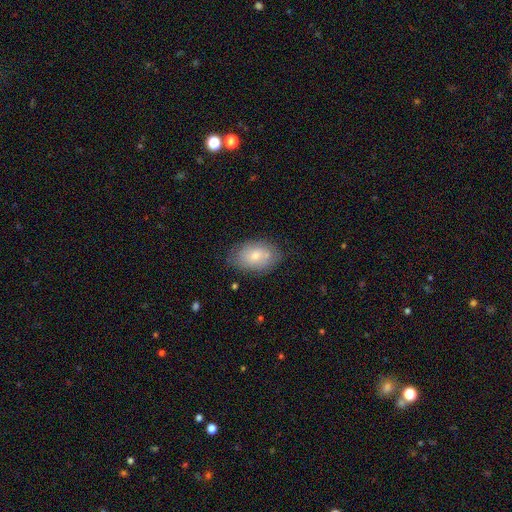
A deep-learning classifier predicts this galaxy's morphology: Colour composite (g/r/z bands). It shows a smooth galaxy with no disk features (69%) that is in between round and cigar-shaped (87%). Merging: none (70%).